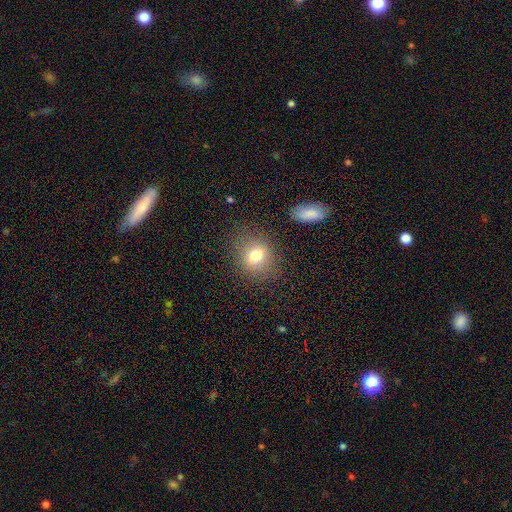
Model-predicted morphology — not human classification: smooth-or-featured: smooth: 75% | featured or disk: 13% | star or artifact: 12%
  how-rounded: round: 66% | in between: 33% | cigar-shaped: 1%
  merging: none: 80% | minor disturbance: 12% | major disturbance: 5% | merger: 3%